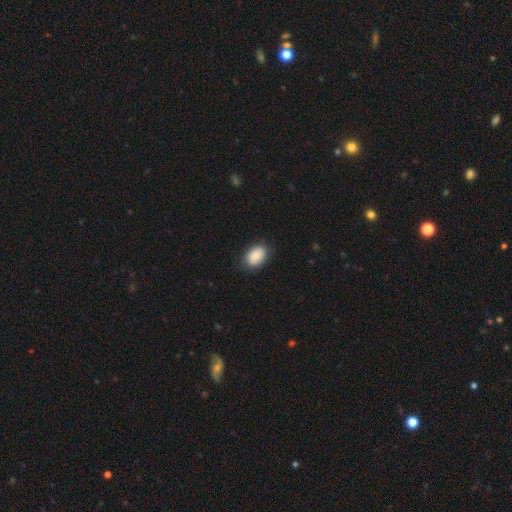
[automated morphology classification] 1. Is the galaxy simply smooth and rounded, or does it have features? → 89% smooth, 7% star or artifact, 5% featured or disk.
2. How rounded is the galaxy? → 87% in between, 12% round, 1% cigar-shaped.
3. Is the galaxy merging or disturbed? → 82% none, 14% minor disturbance, 3% major disturbance, 1% merger.